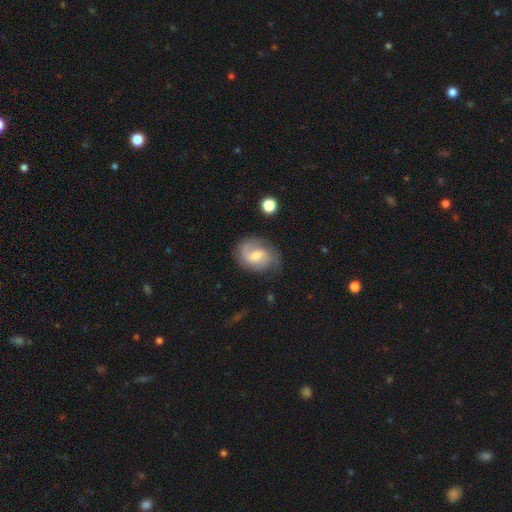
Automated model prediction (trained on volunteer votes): featured or disk 66%, smooth 27%, star or artifact 7%. Down the decision tree: edge-on disk — no (97%); bar — weak (54%); spiral arms — yes (91%); spiral arm count — 2 (62%); spiral winding — medium (44%); bulge size — moderate (50%); merging — none (62%).